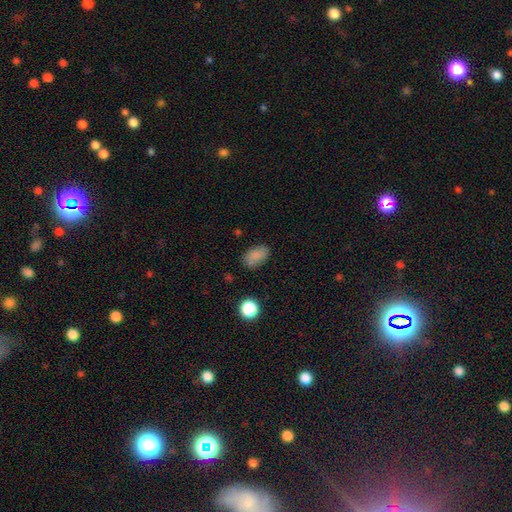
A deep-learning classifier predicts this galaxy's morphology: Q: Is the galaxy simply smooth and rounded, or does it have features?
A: smooth — 80%.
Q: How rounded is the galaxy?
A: in between — 88%.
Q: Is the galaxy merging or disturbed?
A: none — 76%.